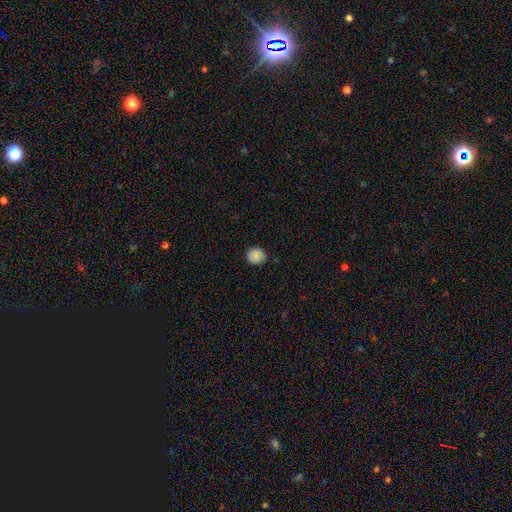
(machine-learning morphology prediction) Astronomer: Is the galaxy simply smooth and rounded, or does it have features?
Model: smooth — 87%.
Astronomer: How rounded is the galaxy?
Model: round — 82%.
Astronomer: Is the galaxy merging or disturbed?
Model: none — 86%.